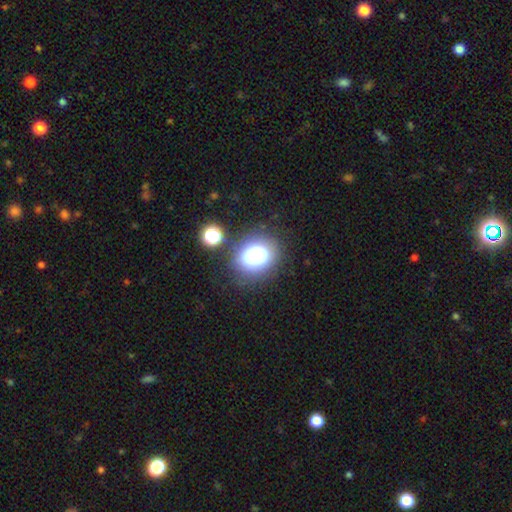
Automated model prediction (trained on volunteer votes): smooth-or-featured: smooth: 74% | featured or disk: 13% | star or artifact: 13%
  how-rounded: round: 52% | in between: 47% | cigar-shaped: 1%
  merging: none: 71% | minor disturbance: 14% | major disturbance: 7% | merger: 7%